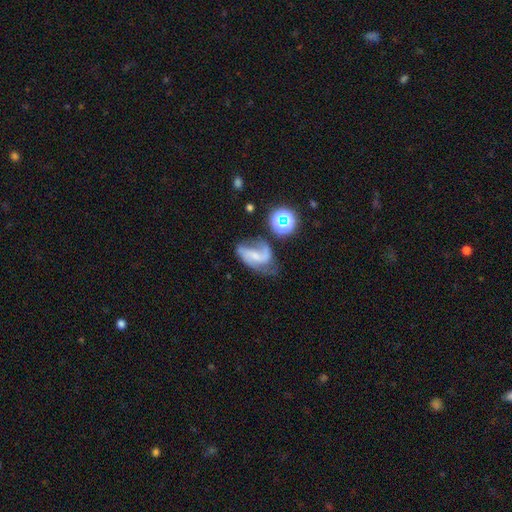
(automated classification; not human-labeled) Smooth or featured? featured or disk (67%)
Edge-on disk? no (97%)
Bar? no (45%)
Spiral arms? yes (88%)
Spiral winding? loose (56%)
Spiral arm count? 2 (67%)
Bulge size? small (46%)
Merging? none (34%)